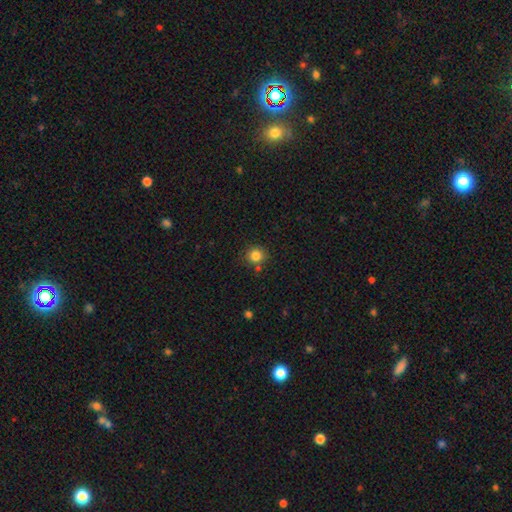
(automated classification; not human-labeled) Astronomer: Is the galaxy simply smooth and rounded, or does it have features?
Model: smooth — 84%.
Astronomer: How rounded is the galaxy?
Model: round — 90%.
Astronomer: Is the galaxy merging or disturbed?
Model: none — 79%.